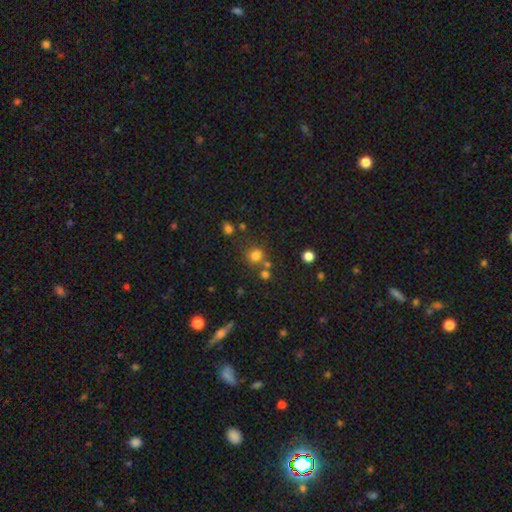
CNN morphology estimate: smooth_or_featured: smooth (p=0.76) [alt: star or artifact p=0.18]
how_rounded: round (p=0.84) [alt: in between p=0.15]
merging: none (p=0.67) [alt: merger p=0.19]